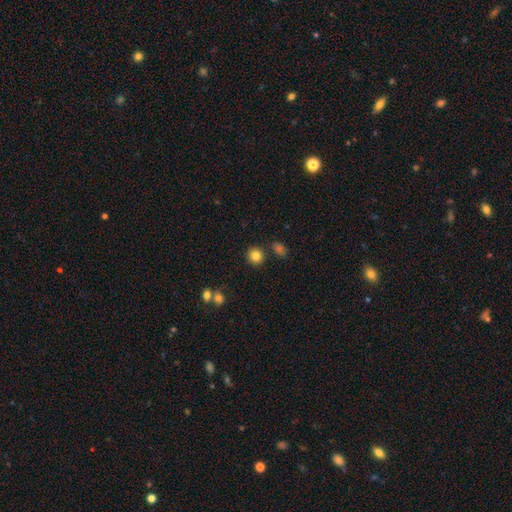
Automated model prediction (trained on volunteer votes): Smooth or featured?
  - smooth: 83% *
  - star or artifact: 11%
  - featured or disk: 6%
How rounded?
  - round: 90% *
  - in between: 9%
  - cigar-shaped: 1%
Merging?
  - none: 84% *
  - minor disturbance: 8%
  - merger: 6%
  - major disturbance: 2%